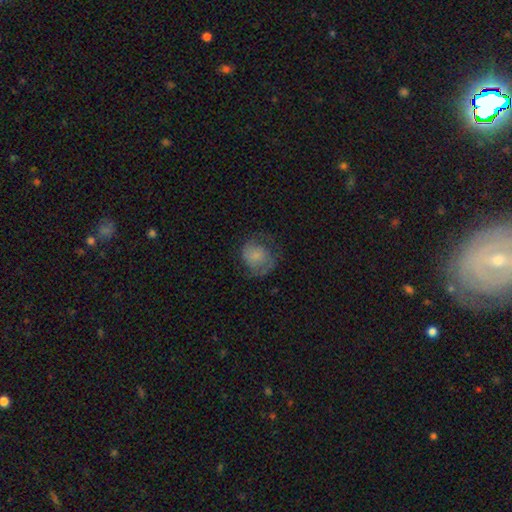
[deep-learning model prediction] A smooth galaxy with no disk features (59%) that is round (74%).

Vote fractions:
- Smooth or featured? smooth: 59% / featured or disk: 32% / star or artifact: 9%
- How rounded? round: 74% / in between: 25% / cigar-shaped: 1%
- Merging? none: 55% / minor disturbance: 24% / major disturbance: 20% / merger: 1%